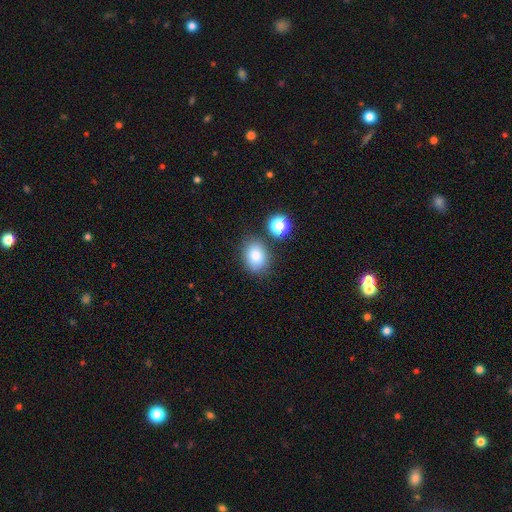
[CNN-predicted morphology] Smooth or featured? Predicted: smooth (p=0.82). How rounded? Predicted: in between (p=0.62). Merging? Predicted: none (p=0.79).